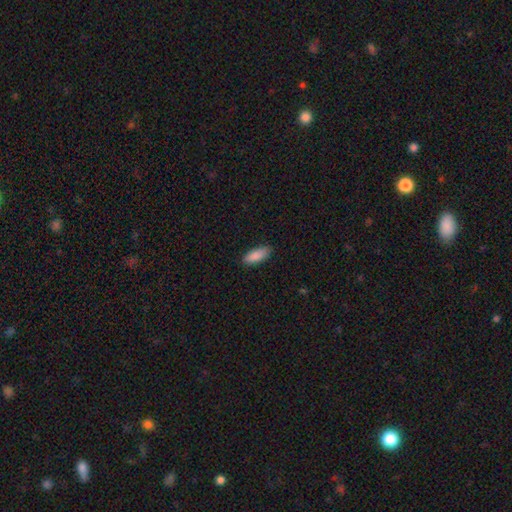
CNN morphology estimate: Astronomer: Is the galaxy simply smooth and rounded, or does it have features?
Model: smooth — 89%.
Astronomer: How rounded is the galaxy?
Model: in between — 75%.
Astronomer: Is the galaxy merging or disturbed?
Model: none — 86%.